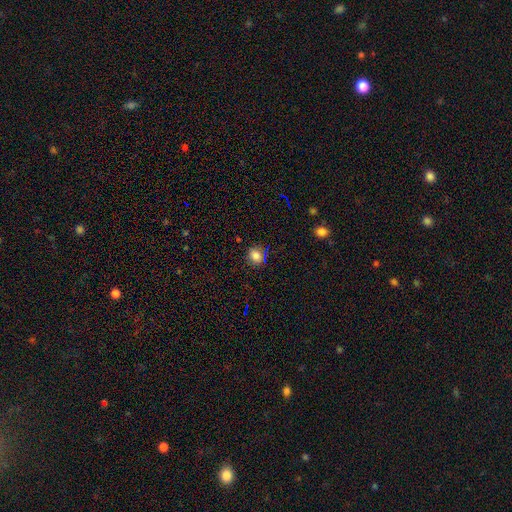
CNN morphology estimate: smooth-or-featured: smooth: 79% | star or artifact: 14% | featured or disk: 7%
  how-rounded: round: 71% | in between: 28% | cigar-shaped: 1%
  merging: none: 81% | minor disturbance: 13% | major disturbance: 3% | merger: 3%